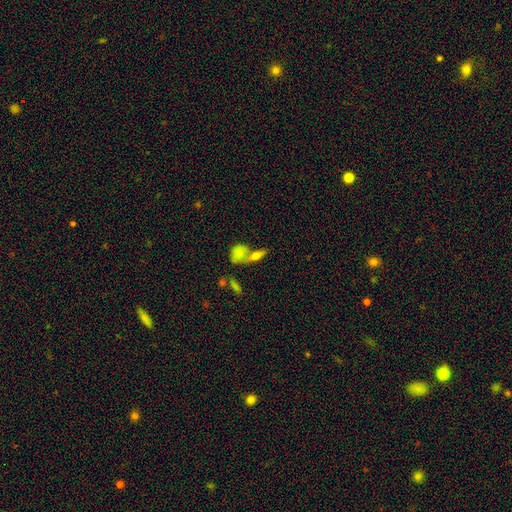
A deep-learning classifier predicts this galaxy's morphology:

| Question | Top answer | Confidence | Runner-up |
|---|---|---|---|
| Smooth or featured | smooth | 61% | featured or disk (29%) |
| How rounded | in between | 58% | cigar-shaped (28%) |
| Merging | merger | 45% | none (39%) |